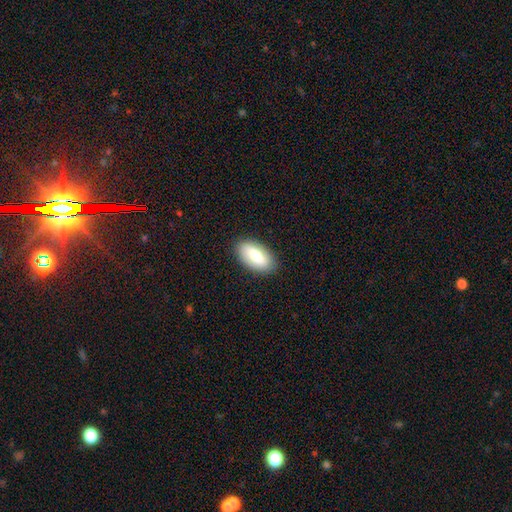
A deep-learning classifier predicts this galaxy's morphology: smooth 67%, featured or disk 26%, star or artifact 6%. Down the decision tree: how rounded — in between (91%); merging — none (87%).